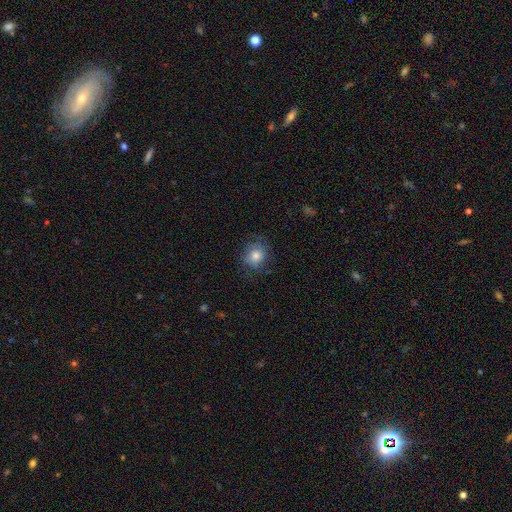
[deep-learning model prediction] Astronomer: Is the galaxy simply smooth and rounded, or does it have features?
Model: smooth — 79%.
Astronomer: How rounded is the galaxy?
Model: round — 76%.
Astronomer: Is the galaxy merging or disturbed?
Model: none — 76%.